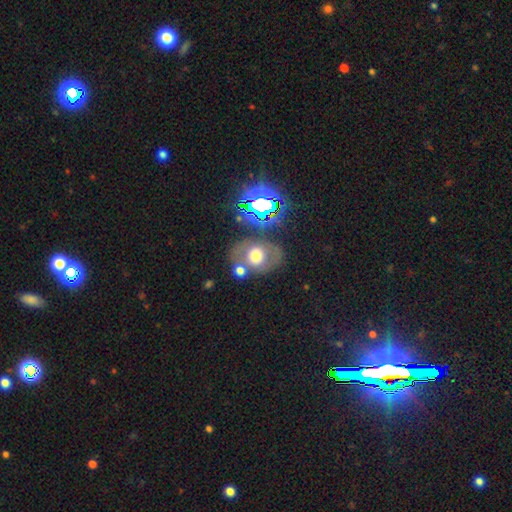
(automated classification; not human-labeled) This appears to be a smooth galaxy with no disk features (50%) that is in between round and cigar-shaped (51%). Merging: none (63%).